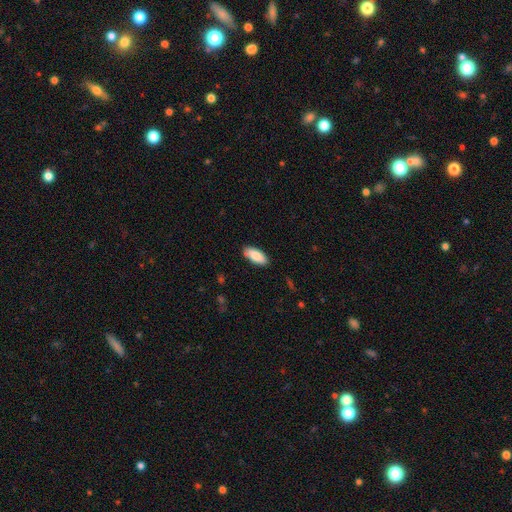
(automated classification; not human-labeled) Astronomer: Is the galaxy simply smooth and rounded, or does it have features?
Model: smooth — 86%.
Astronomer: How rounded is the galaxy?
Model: in between — 86%.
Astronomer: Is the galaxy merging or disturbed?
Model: none — 88%.